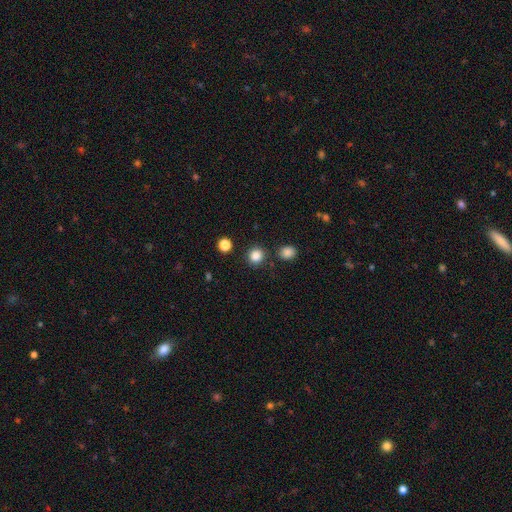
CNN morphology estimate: Smooth or featured? Predicted: smooth (p=0.85). How rounded? Predicted: round (p=0.87). Merging? Predicted: none (p=0.85).